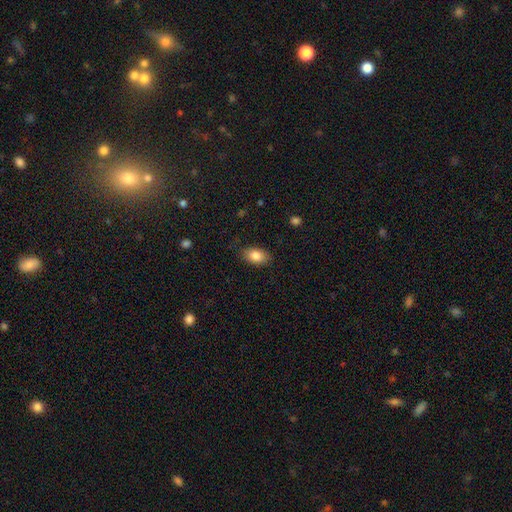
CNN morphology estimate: smooth 85%, star or artifact 8%, featured or disk 8%. Down the decision tree: how rounded — in between (88%); merging — none (83%).